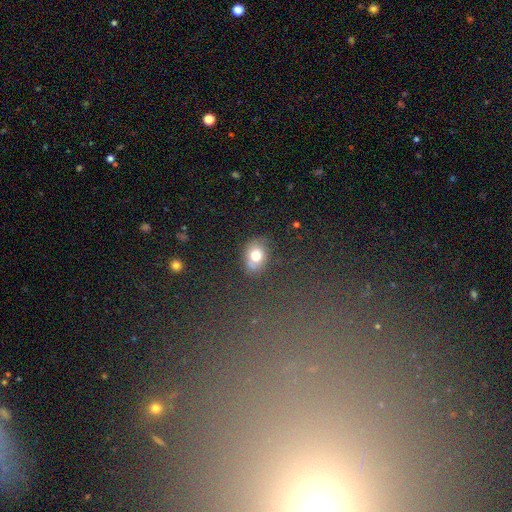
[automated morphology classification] Smooth or featured: smooth — 74% (featured or disk — 14%)
How rounded: in between — 62% (round — 37%)
Merging: none — 70% (minor disturbance — 18%)